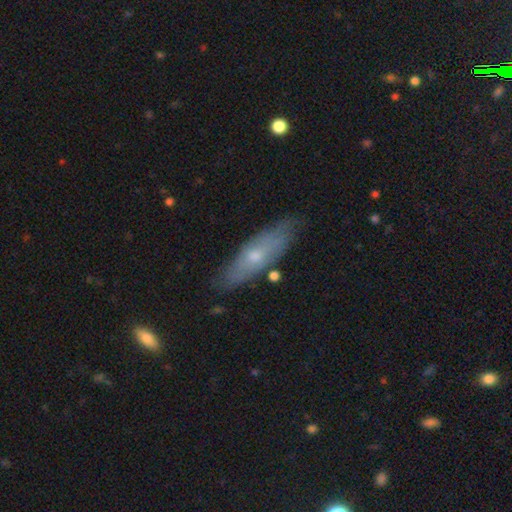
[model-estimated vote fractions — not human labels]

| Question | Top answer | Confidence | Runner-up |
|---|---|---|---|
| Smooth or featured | smooth | 48% | featured or disk (46%) |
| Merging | none | 77% | minor disturbance (17%) |